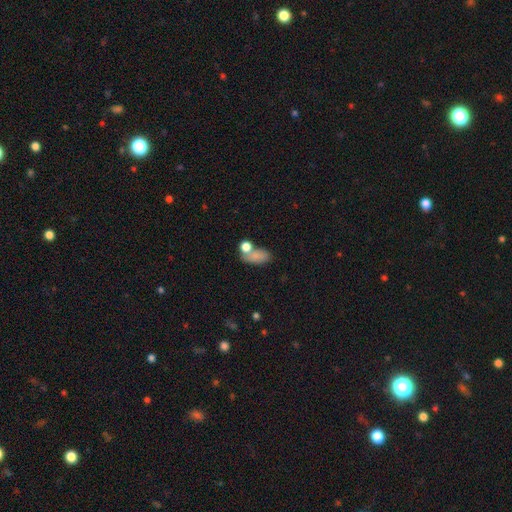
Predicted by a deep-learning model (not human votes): Smooth or featured? Predicted: smooth (p=0.77). How rounded? Predicted: in between (p=0.80). Merging? Predicted: none (p=0.40).